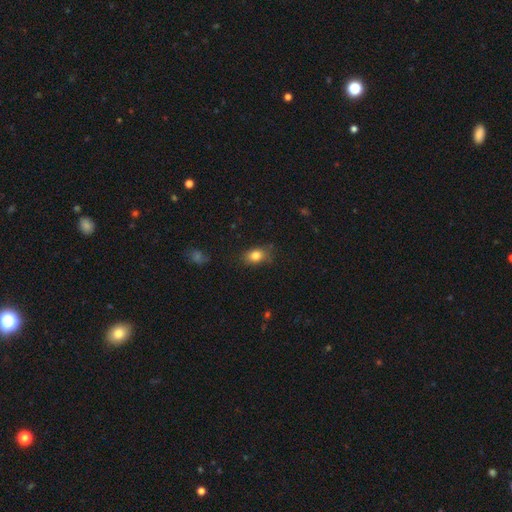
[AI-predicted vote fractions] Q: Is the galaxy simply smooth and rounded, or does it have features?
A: smooth — 81%.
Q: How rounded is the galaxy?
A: in between — 74%.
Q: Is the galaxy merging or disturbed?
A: none — 73%.